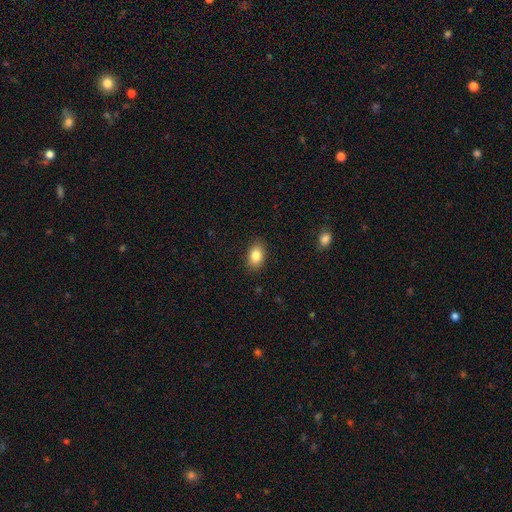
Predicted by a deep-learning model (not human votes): Overall: smooth (84%). How rounded: in between (84%). Merging: none (87%).